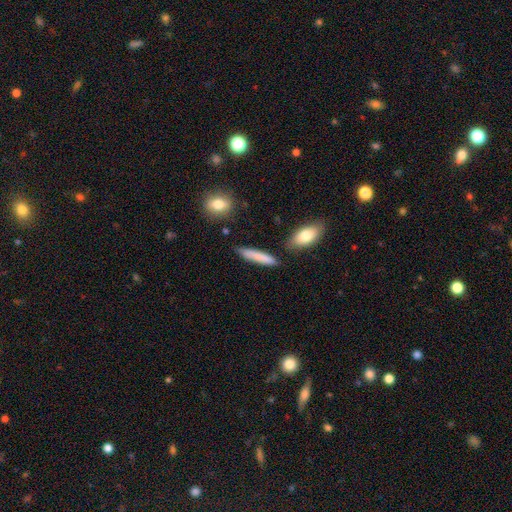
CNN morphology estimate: Smooth or featured?
  - smooth: 79% *
  - featured or disk: 15%
  - star or artifact: 6%
How rounded?
  - cigar-shaped: 88% *
  - in between: 10%
  - round: 2%
Merging?
  - none: 81% *
  - minor disturbance: 12%
  - merger: 5%
  - major disturbance: 3%